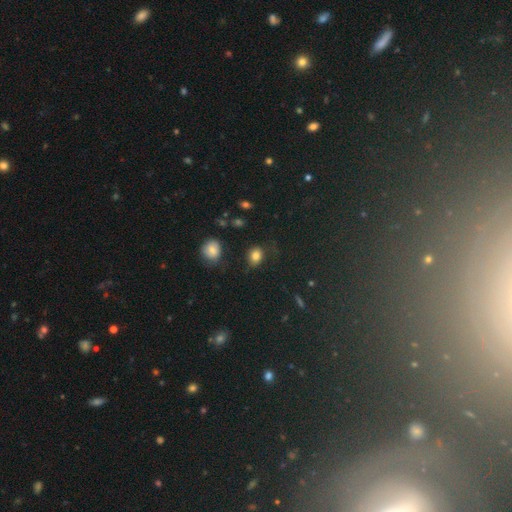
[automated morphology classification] Smooth or featured? smooth (82%)
How rounded? in between (56%)
Merging? none (70%)